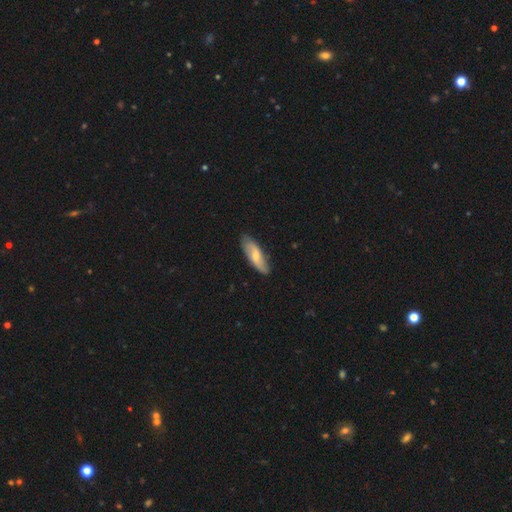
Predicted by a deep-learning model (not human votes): Smooth or featured? Predicted: smooth (p=0.55). How rounded? Predicted: in between (p=0.61). Merging? Predicted: none (p=0.81).